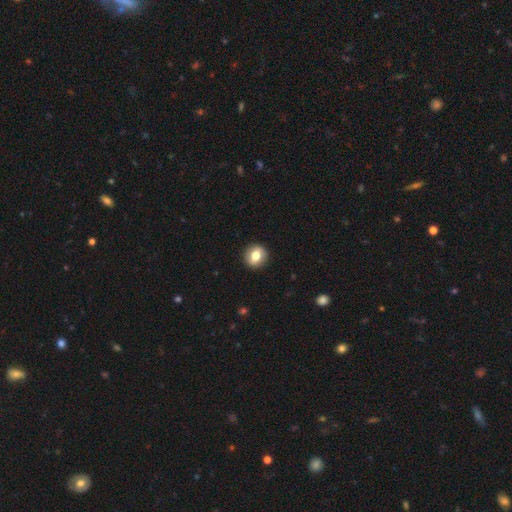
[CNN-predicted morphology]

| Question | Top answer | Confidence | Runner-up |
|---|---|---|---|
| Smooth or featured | smooth | 68% | featured or disk (23%) |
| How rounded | round | 79% | in between (20%) |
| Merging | none | 90% | minor disturbance (7%) |